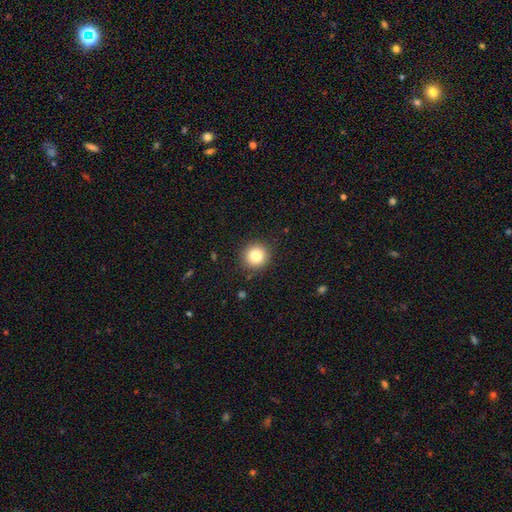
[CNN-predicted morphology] Smooth or featured: smooth — 82% (star or artifact — 11%)
How rounded: round — 94% (in between — 5%)
Merging: none — 91% (minor disturbance — 6%)